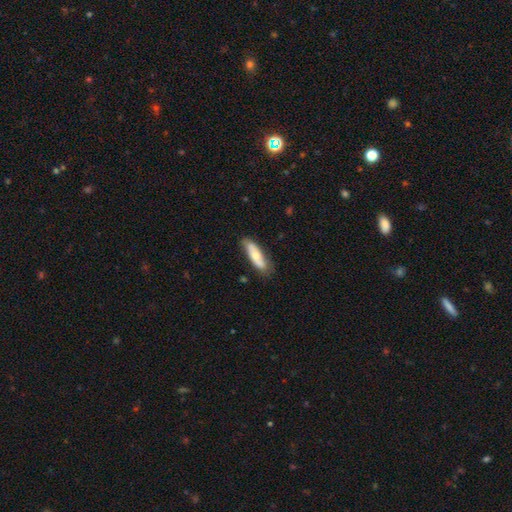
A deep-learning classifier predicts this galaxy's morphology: This appears to be a smooth galaxy with no disk features (60%) that is cigar-shaped (52%). Merging: none (74%).